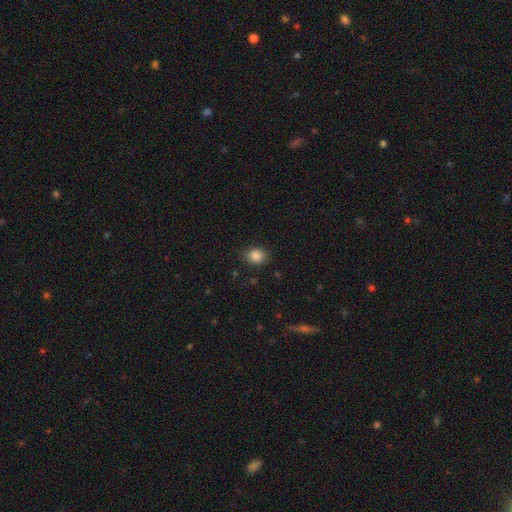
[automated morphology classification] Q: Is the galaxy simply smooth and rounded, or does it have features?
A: smooth — 86%.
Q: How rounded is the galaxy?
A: round — 50%.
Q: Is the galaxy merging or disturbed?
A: none — 87%.